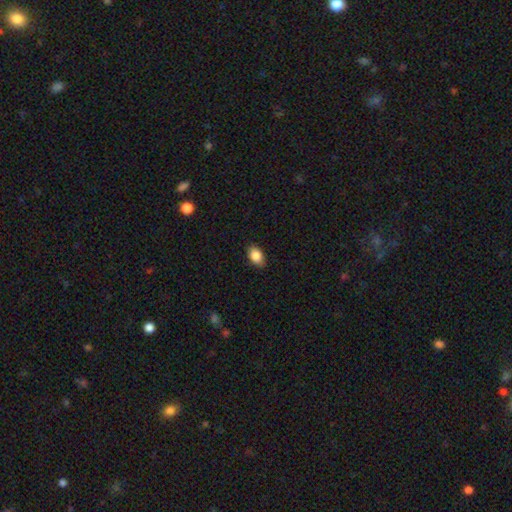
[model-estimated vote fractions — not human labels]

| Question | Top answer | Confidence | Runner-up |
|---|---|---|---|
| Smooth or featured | smooth | 86% | star or artifact (8%) |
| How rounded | in between | 87% | round (12%) |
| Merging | none | 88% | minor disturbance (10%) |